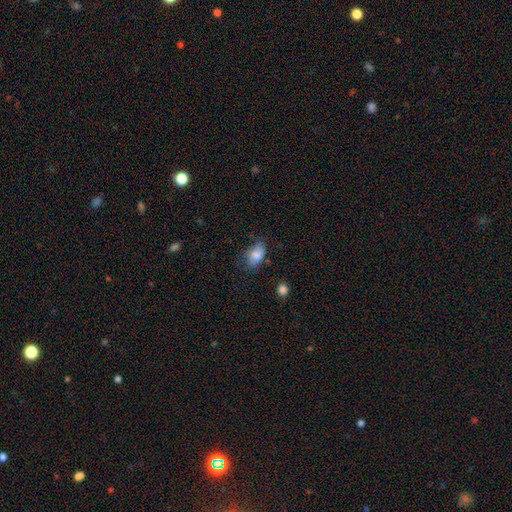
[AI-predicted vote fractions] A smooth galaxy with no disk features (81%) that is in between round and cigar-shaped (89%).

Vote fractions:
- Smooth or featured? smooth: 81% / featured or disk: 10% / star or artifact: 8%
- How rounded? in between: 89% / round: 9% / cigar-shaped: 2%
- Merging? none: 50% / minor disturbance: 33% / major disturbance: 14% / merger: 3%